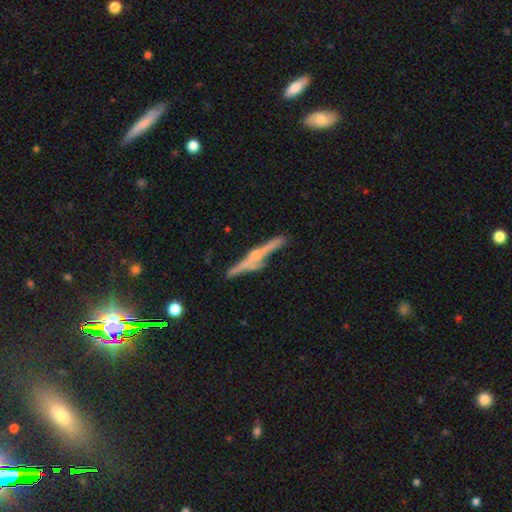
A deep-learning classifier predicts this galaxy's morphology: featured or disk 75%, smooth 18%, star or artifact 6%. Down the decision tree: edge-on disk — yes (96%); edge-on bulge — rounded (85%); merging — none (70%).